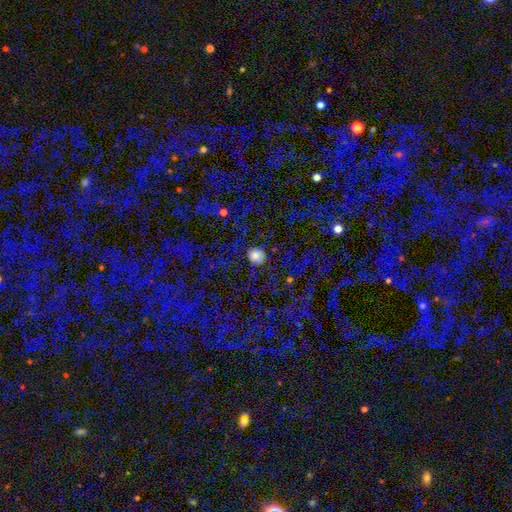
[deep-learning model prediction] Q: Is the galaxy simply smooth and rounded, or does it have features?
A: smooth — 51%.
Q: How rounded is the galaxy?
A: round — 80%.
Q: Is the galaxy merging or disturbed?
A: none — 75%.